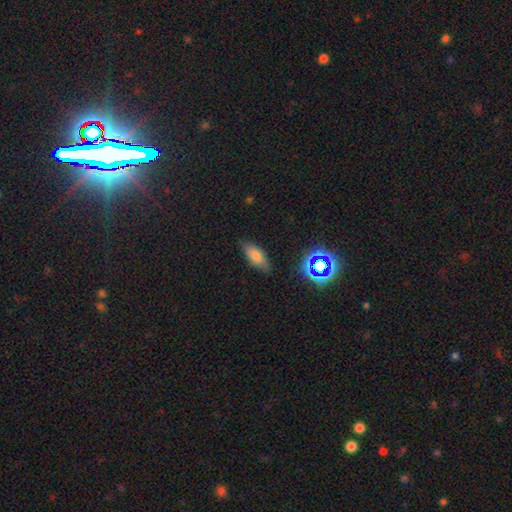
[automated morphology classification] A smooth galaxy with no disk features (74%) that is in between round and cigar-shaped (79%). Merging: none (78%).